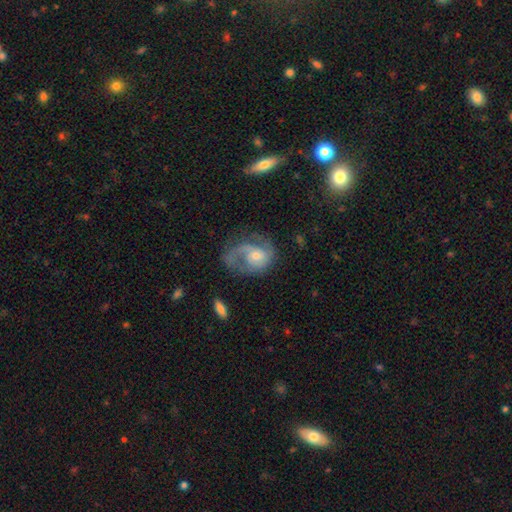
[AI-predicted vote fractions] The model was most divided on "spiral arm count": 1: 41%, 2: 38%, can't tell: 13%, 3: 5%, 4: 2%, more than 4: 2%. Remaining: edge-on disk — no (97%); spiral arms — yes (89%); smooth or featured — featured or disk (75%); bar — no (66%); merging — none (48%); bulge size — moderate (47%); spiral winding — medium (44%).